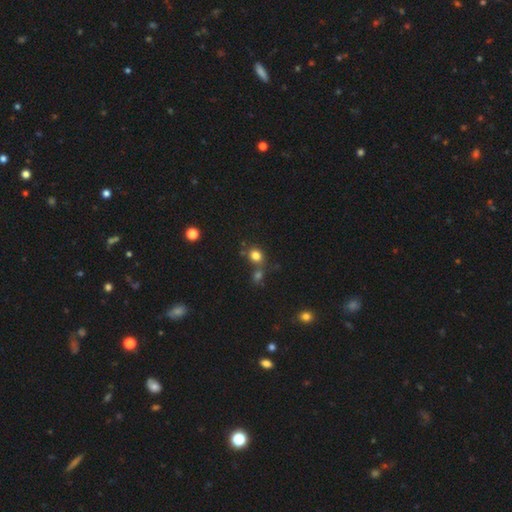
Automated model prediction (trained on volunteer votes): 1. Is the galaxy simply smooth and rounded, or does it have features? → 79% smooth, 14% star or artifact, 7% featured or disk.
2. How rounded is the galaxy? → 76% round, 23% in between, 1% cigar-shaped.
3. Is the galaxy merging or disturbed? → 57% none, 28% merger, 10% minor disturbance, 5% major disturbance.